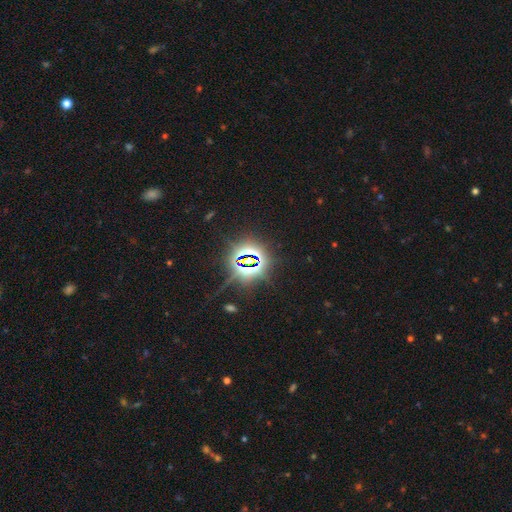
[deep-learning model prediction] A star or artifact, not a galaxy (84%).